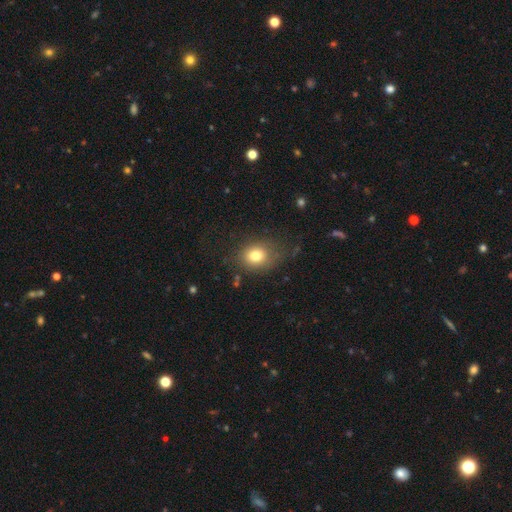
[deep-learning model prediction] The model was most divided on "how rounded": round: 56%, in between: 43%, cigar-shaped: 1%. More confident: smooth or featured — smooth (78%); merging — none (69%).